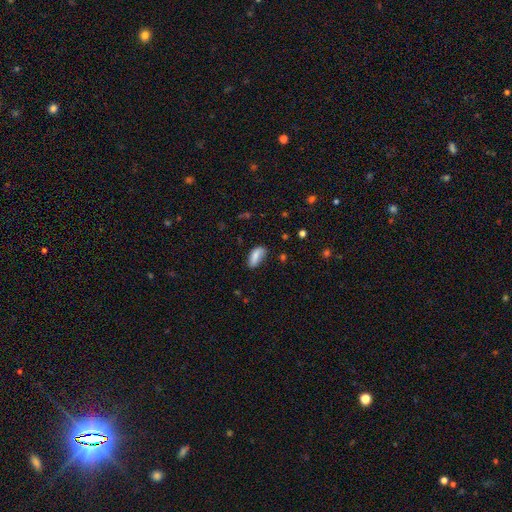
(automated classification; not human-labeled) The model was most divided on "merging": none: 57%, minor disturbance: 31%, major disturbance: 10%, merger: 3%. More confident: how rounded — in between (87%); smooth or featured — smooth (75%).